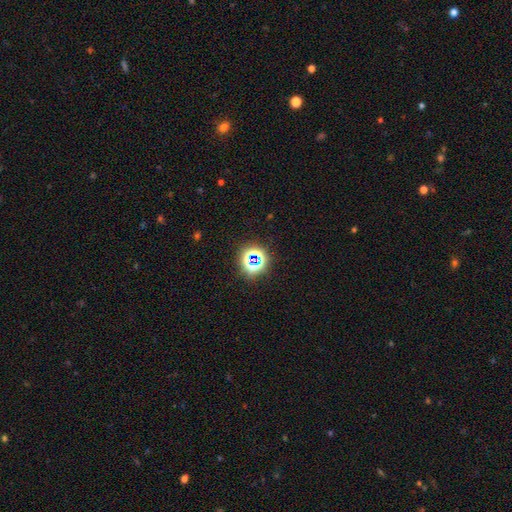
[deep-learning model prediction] Overall: star or artifact (69%).